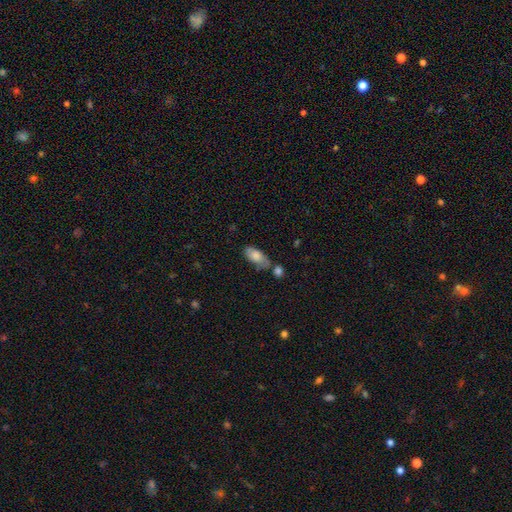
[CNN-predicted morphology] The model was most divided on "merging": none: 53%, minor disturbance: 23%, merger: 16%, major disturbance: 8%. More confident: how rounded — in between (89%); smooth or featured — smooth (71%).